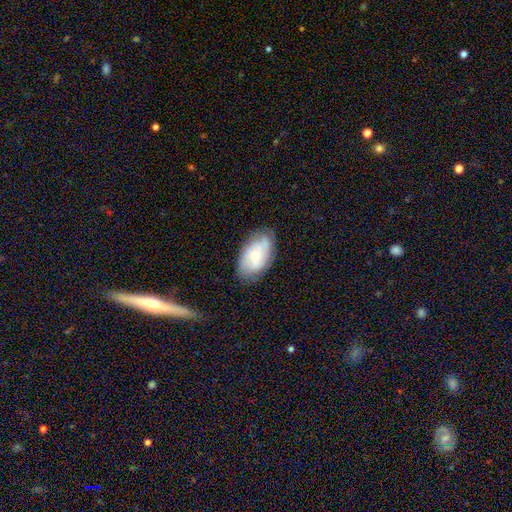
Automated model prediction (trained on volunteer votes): smooth-or-featured: featured or disk: 51% | smooth: 42% | star or artifact: 7%
  disk-edge-on: no: 93% | yes: 7%
  merging: none: 75% | minor disturbance: 19% | major disturbance: 5% | merger: 2%